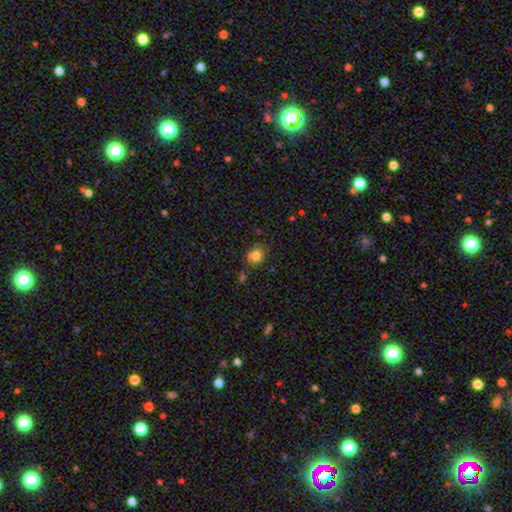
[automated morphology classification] smooth_or_featured: smooth (p=0.81) [alt: star or artifact p=0.12]
how_rounded: round (p=0.73) [alt: in between p=0.26]
merging: none (p=0.70) [alt: minor disturbance p=0.19]